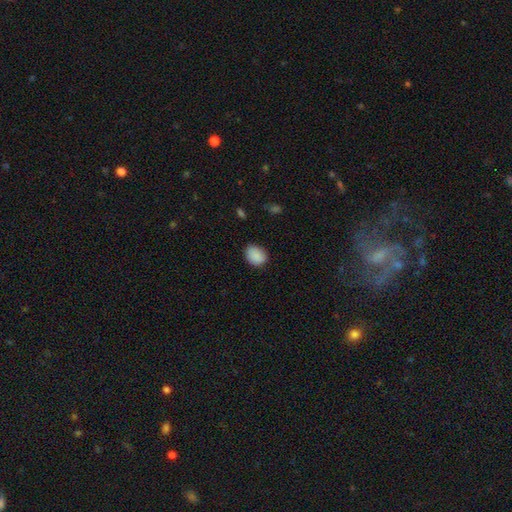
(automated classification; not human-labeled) Overall: smooth (89%). How rounded: in between (58%; round 41%). Merging: none (81%).